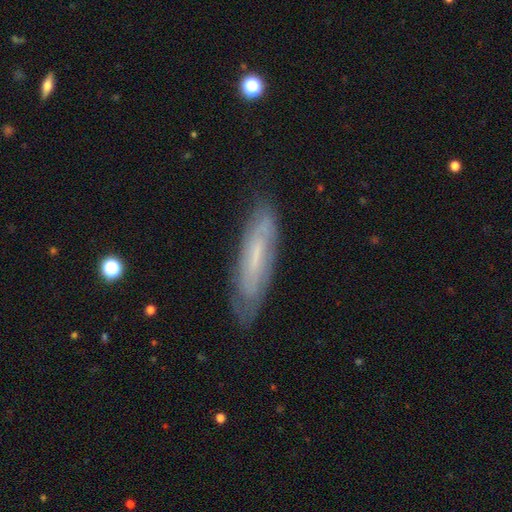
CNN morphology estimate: Q: Smooth or featured?
A: featured or disk (55%); runner-up: smooth (38%)
Q: Edge-on disk?
A: no (58%); runner-up: yes (42%)
Q: Merging?
A: none (78%); runner-up: minor disturbance (16%)